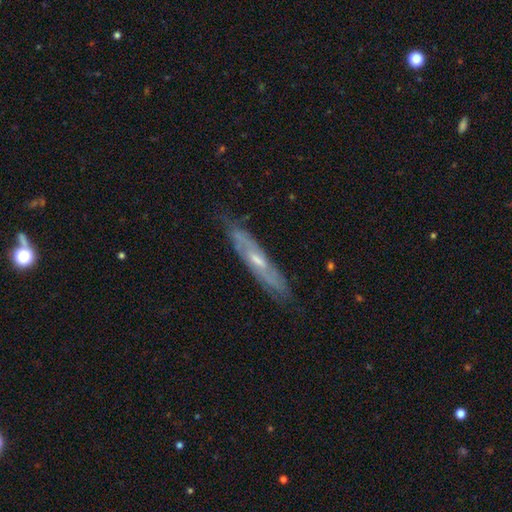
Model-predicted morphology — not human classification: This appears to be a featured or disk galaxy (66%) viewed edge-on (68%). Merging: none (82%).